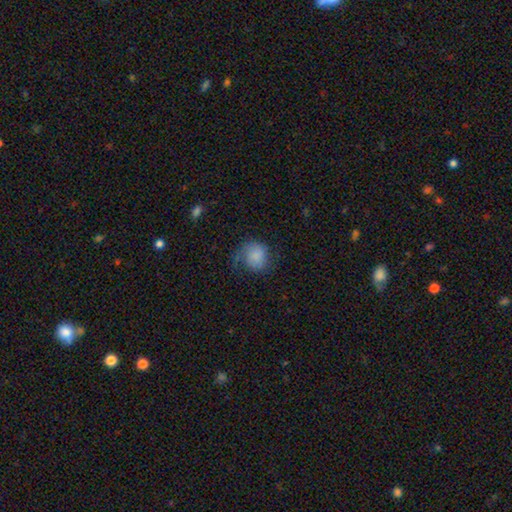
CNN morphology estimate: type=smooth (70%); roundness=round (76%); merging=none (50%).